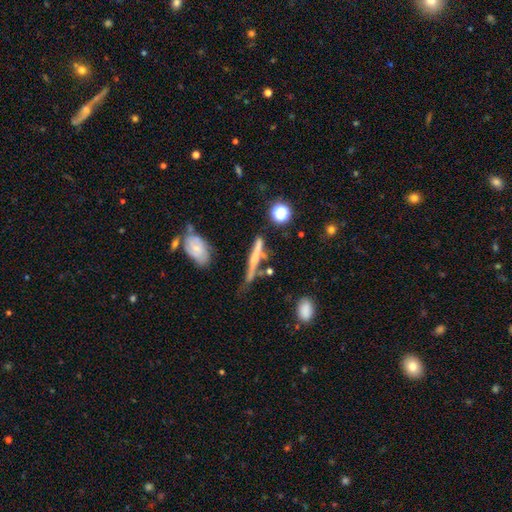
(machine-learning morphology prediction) Smooth or featured?
  - featured or disk: 52% *
  - smooth: 38%
  - star or artifact: 10%
Edge-on disk?
  - yes: 89% *
  - no: 11%
Merging?
  - none: 56% *
  - minor disturbance: 22%
  - merger: 13%
  - major disturbance: 9%